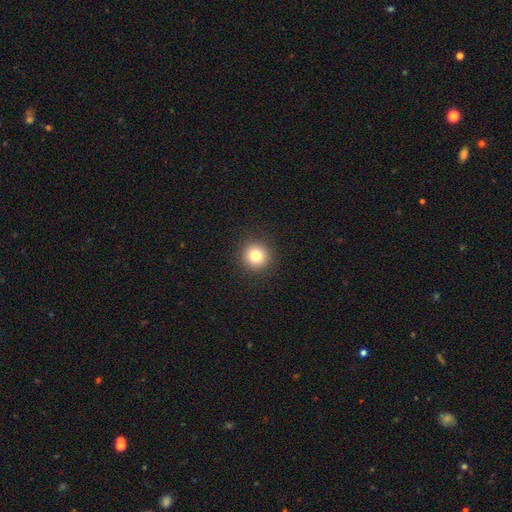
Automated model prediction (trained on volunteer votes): This appears to be a smooth galaxy with no disk features (80%) that is round (95%). Merging: none (92%).